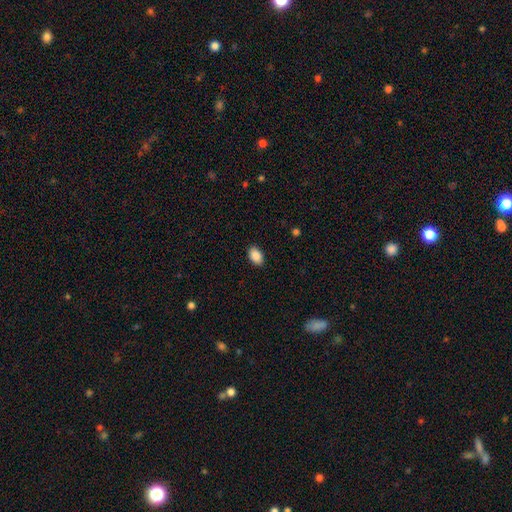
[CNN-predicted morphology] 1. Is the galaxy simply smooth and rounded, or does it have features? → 89% smooth, 7% star or artifact, 3% featured or disk.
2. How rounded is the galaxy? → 90% in between, 9% round, 1% cigar-shaped.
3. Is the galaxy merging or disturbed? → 89% none, 8% minor disturbance, 2% major disturbance, 1% merger.